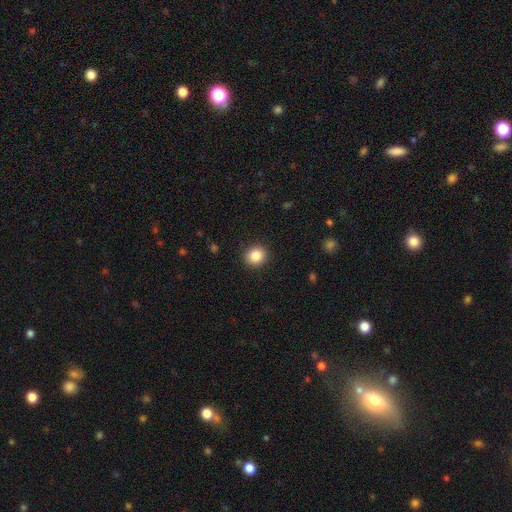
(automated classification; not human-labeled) Smooth or featured? Predicted: smooth (p=0.86). How rounded? Predicted: round (p=0.86). Merging? Predicted: none (p=0.91).